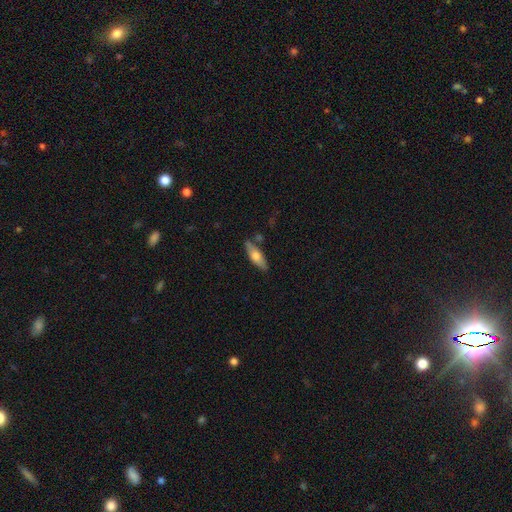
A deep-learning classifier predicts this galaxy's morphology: Smooth or featured?
  - smooth: 61% *
  - featured or disk: 33%
  - star or artifact: 6%
How rounded?
  - in between: 52% *
  - cigar-shaped: 46%
  - round: 2%
Merging?
  - none: 78% *
  - minor disturbance: 14%
  - merger: 5%
  - major disturbance: 3%